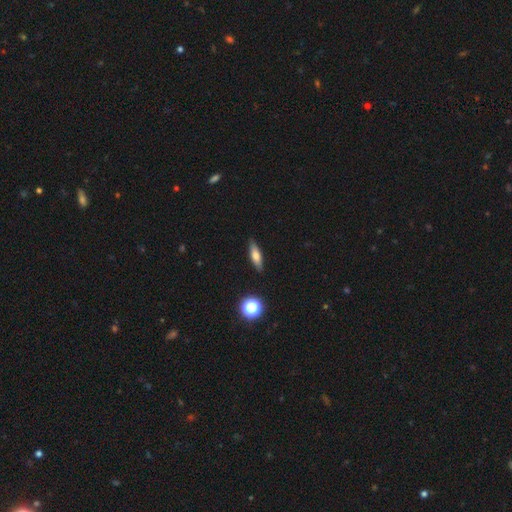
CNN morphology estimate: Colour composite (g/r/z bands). It shows a smooth galaxy with no disk features (61%) that is cigar-shaped (58%). Merging: none (88%).